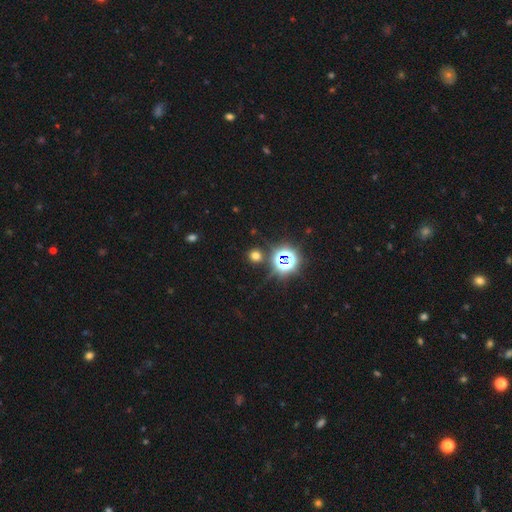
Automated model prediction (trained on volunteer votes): Morphology: type=smooth (59%); roundness=round (89%); merging=none (86%).